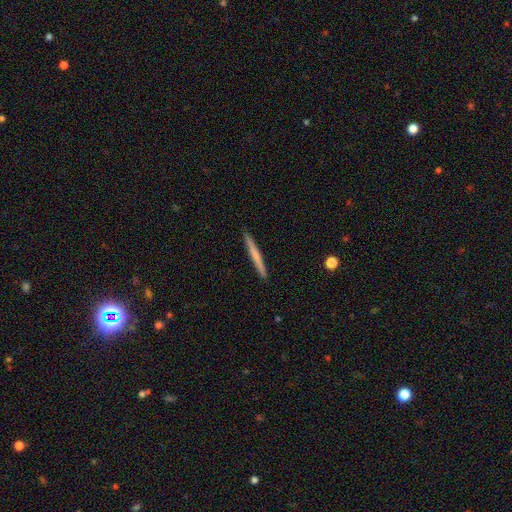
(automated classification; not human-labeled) smooth_or_featured: smooth (p=0.61) [alt: featured or disk p=0.34]
how_rounded: cigar-shaped (p=0.97) [alt: in between p=0.02]
merging: none (p=0.93) [alt: minor disturbance p=0.05]